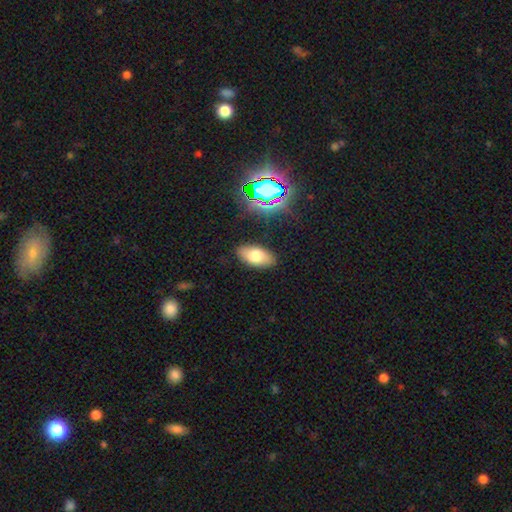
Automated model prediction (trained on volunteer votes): This is likely a smooth galaxy (72%). How rounded: clearly in between (92%). Merging: clearly none (86%).